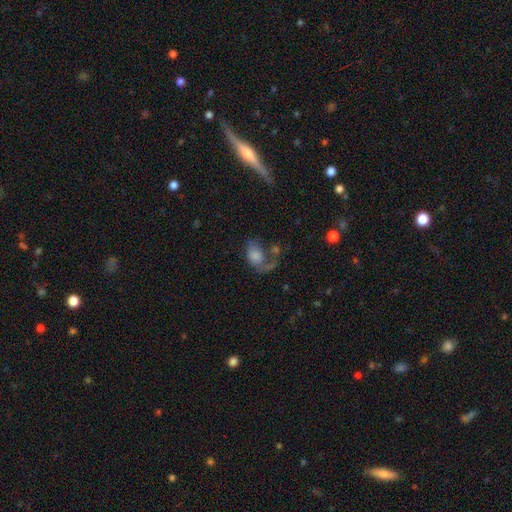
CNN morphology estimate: smooth_or_featured: smooth (p=0.57) [alt: featured or disk p=0.33]
how_rounded: in between (p=0.70) [alt: round p=0.29]
merging: major disturbance (p=0.45) [alt: none p=0.22]